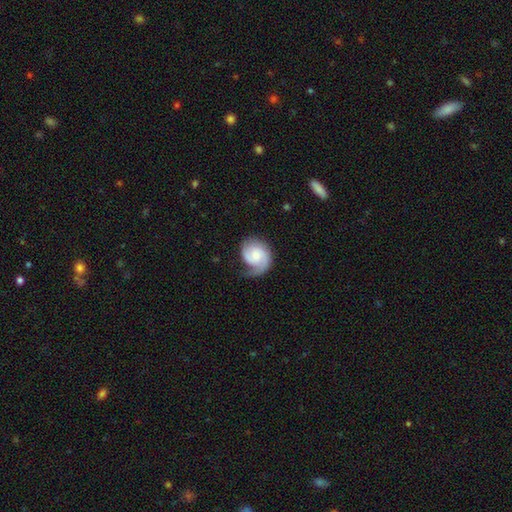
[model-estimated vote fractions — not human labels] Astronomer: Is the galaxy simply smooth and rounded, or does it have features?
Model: featured or disk — 69%.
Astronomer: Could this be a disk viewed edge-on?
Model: no — 98%.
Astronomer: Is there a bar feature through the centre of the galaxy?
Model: no — 66%.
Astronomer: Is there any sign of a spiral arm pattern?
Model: yes — 94%.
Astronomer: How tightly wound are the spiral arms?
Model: tight — 40% (runner-up: medium, 39%).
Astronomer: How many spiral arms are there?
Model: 1 — 48% (runner-up: 2, 41%).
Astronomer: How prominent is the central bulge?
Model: small — 41% (runner-up: moderate, 37%).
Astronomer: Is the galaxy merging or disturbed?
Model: none — 49% (runner-up: minor disturbance, 28%).